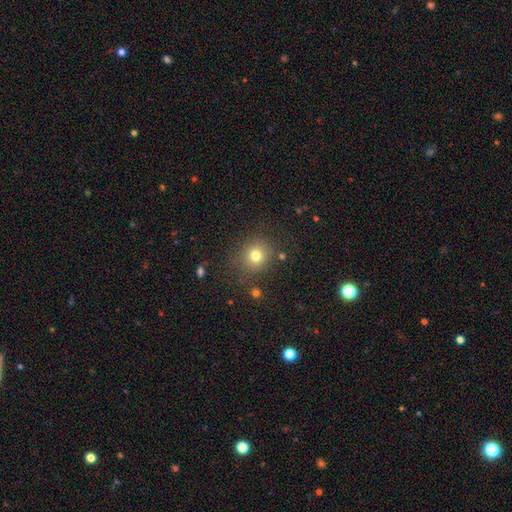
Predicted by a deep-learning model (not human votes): A smooth galaxy with no disk features (77%) that is round (84%). Merging: none (82%).